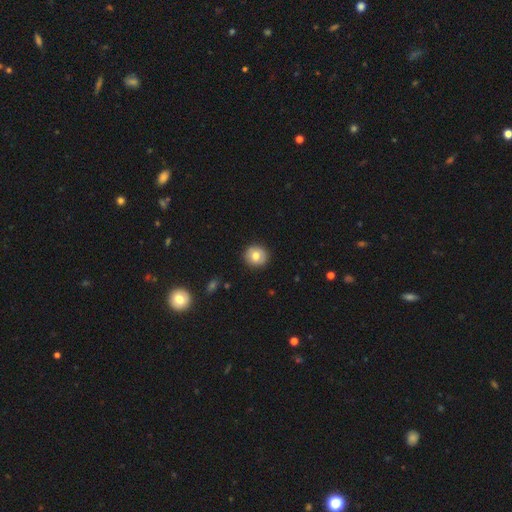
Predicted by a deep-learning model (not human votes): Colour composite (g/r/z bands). It shows a smooth galaxy with no disk features (75%) that is round (87%). Merging: none (90%).